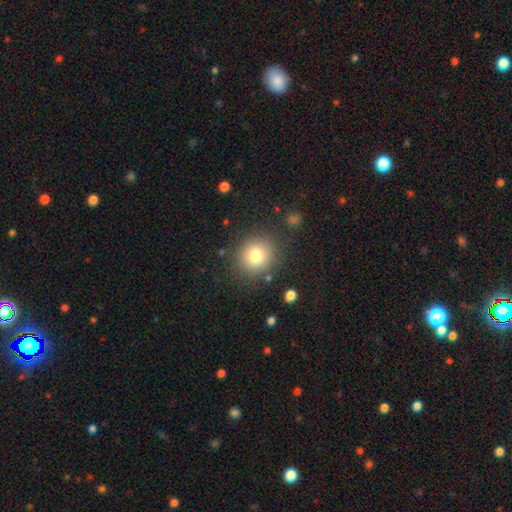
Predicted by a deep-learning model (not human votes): The model was most divided on "smooth or featured": smooth: 77%, star or artifact: 12%, featured or disk: 11%. More confident: merging — none (84%); how rounded — round (83%).